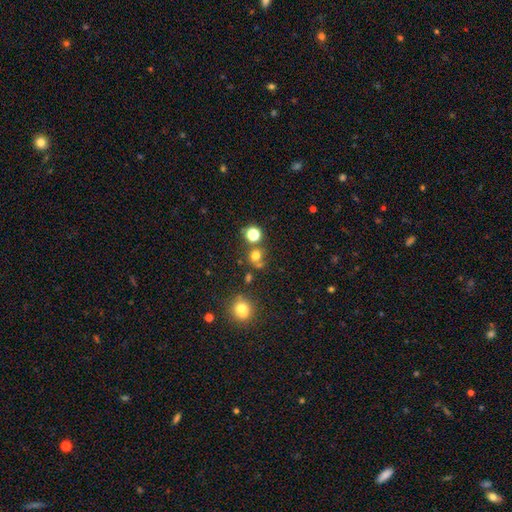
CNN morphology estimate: smooth 68%, star or artifact 24%, featured or disk 8%. Down the decision tree: how rounded — round (87%); merging — none (66%).